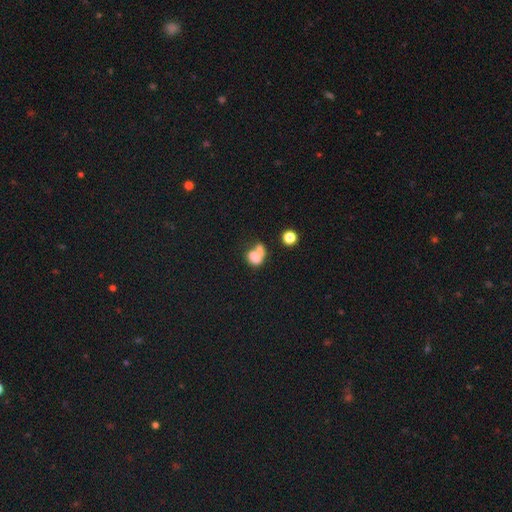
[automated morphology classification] Overall: smooth (63%; featured or disk 24%). How rounded: in between (55%; round 44%). Merging: merger (48%; none 22%).